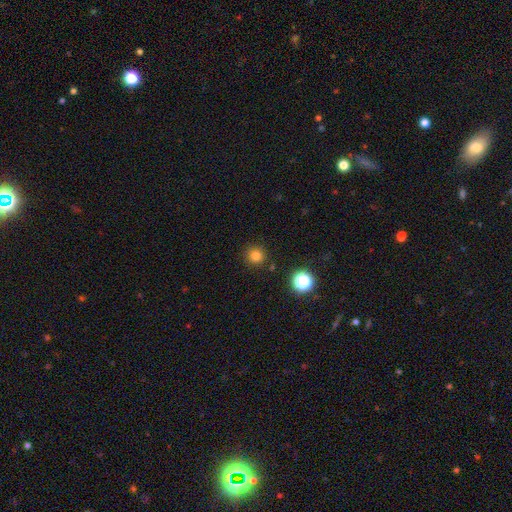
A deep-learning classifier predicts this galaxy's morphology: Smooth or featured: smooth — 79% (star or artifact — 16%)
How rounded: round — 95% (in between — 4%)
Merging: none — 89% (minor disturbance — 6%)